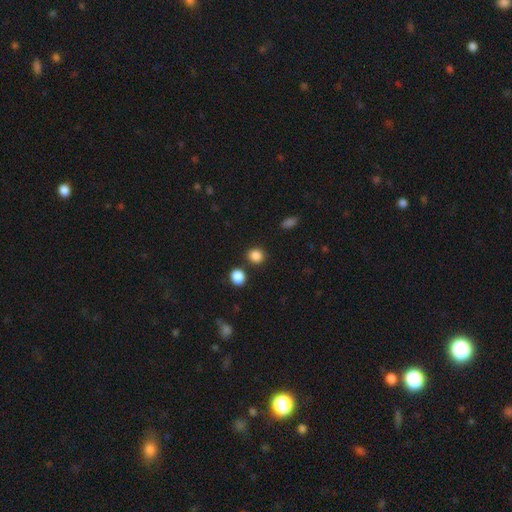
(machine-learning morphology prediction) smooth_or_featured: smooth (p=0.86) [alt: star or artifact p=0.11]
how_rounded: round (p=0.83) [alt: in between p=0.16]
merging: none (p=0.84) [alt: minor disturbance p=0.07]